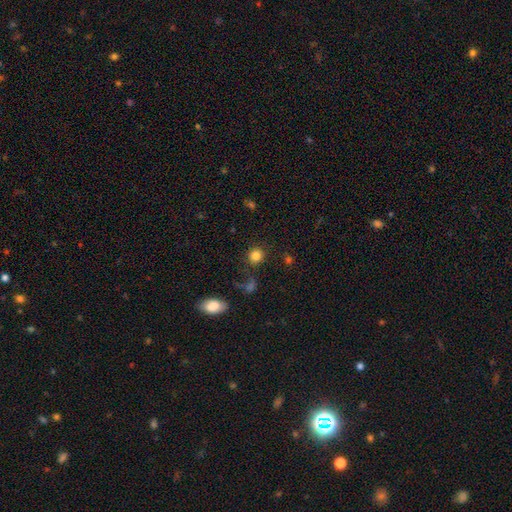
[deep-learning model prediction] A smooth galaxy with no disk features (83%) that is round (88%). Merging: none (83%).